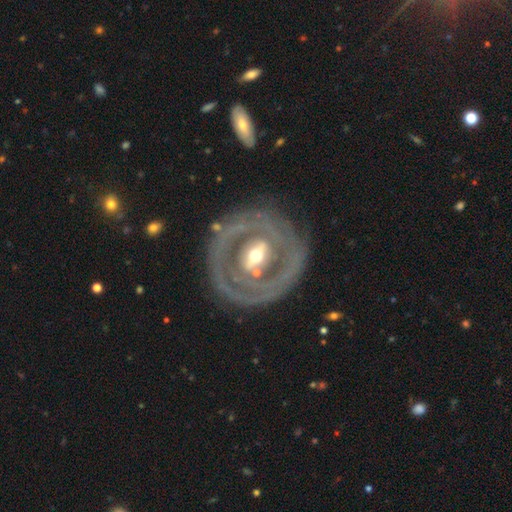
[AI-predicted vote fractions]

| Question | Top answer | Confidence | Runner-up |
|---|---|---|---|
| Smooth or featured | featured or disk | 79% | smooth (16%) |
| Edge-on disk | no | 94% | yes (6%) |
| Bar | strong | 43% | weak (34%) |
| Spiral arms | no | 51% | yes (49%) |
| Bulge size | moderate | 61% | small (29%) |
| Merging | none | 76% | minor disturbance (13%) |